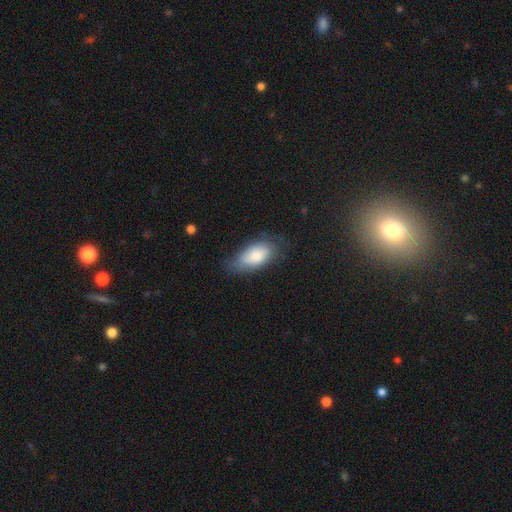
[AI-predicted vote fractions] smooth-or-featured: smooth: 81% | featured or disk: 13% | star or artifact: 7%
  how-rounded: in between: 91% | cigar-shaped: 5% | round: 4%
  merging: none: 59% | minor disturbance: 30% | major disturbance: 10% | merger: 2%